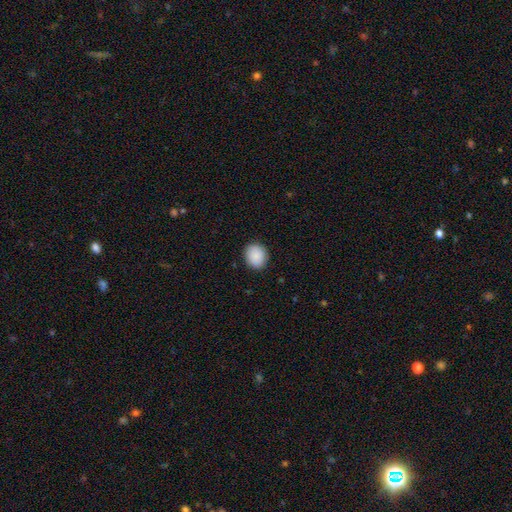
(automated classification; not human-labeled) The model was most divided on "how rounded": round: 71%, in between: 28%, cigar-shaped: 1%. More confident: smooth or featured — smooth (89%); merging — none (89%).